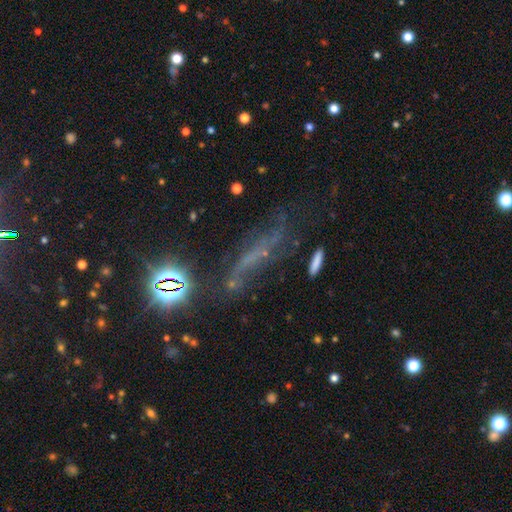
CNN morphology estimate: Smooth or featured? star or artifact (39%)